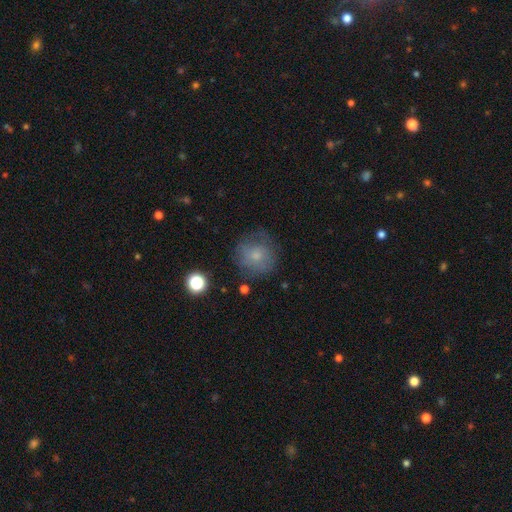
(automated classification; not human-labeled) smooth_or_featured: smooth (p=0.68) [alt: featured or disk p=0.21]
how_rounded: round (p=0.88) [alt: in between p=0.11]
merging: none (p=0.65) [alt: minor disturbance p=0.21]